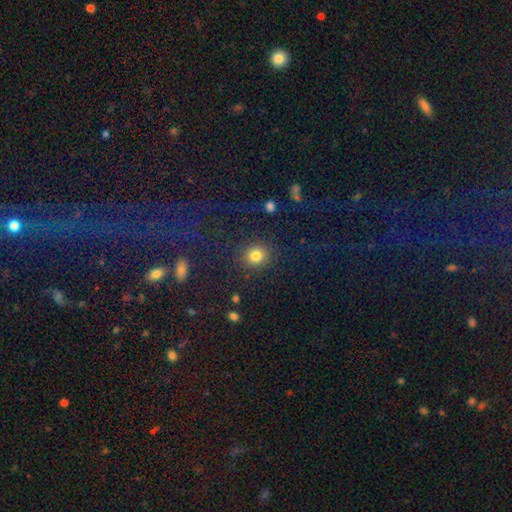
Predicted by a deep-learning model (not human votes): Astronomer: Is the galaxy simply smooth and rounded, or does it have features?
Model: smooth — 80%.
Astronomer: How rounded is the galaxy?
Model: round — 83%.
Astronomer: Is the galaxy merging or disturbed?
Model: none — 87%.